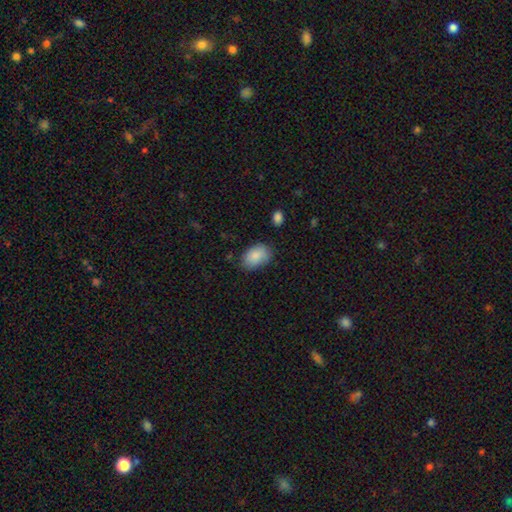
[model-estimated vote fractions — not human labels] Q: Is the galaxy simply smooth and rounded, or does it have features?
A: smooth — 87%.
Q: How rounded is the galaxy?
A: in between — 89%.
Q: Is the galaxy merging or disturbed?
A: none — 76%.